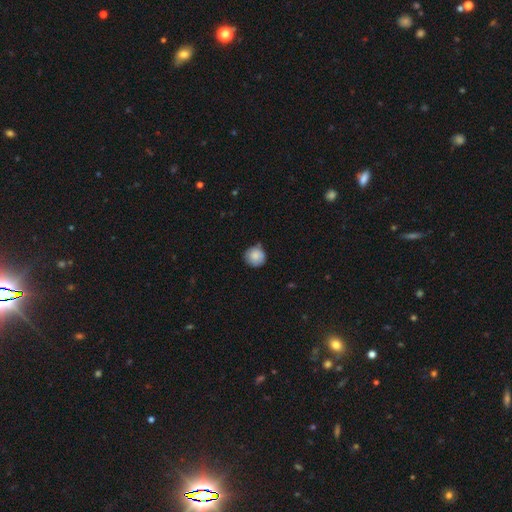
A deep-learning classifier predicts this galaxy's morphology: smooth_or_featured: smooth (p=0.85) [alt: featured or disk p=0.08]
how_rounded: round (p=0.92) [alt: in between p=0.07]
merging: none (p=0.75) [alt: minor disturbance p=0.20]